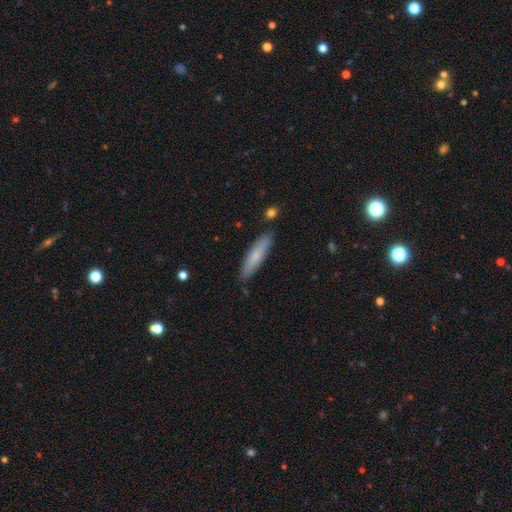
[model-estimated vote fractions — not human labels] This is likely a smooth galaxy (72%). How rounded: likely cigar-shaped (78%). Merging: clearly none (86%).